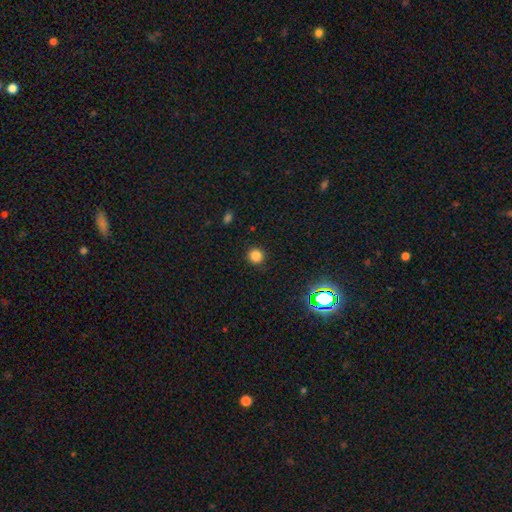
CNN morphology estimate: Q: Smooth or featured?
A: smooth (81%); runner-up: star or artifact (15%)
Q: How rounded?
A: round (94%); runner-up: in between (5%)
Q: Merging?
A: none (92%); runner-up: minor disturbance (5%)